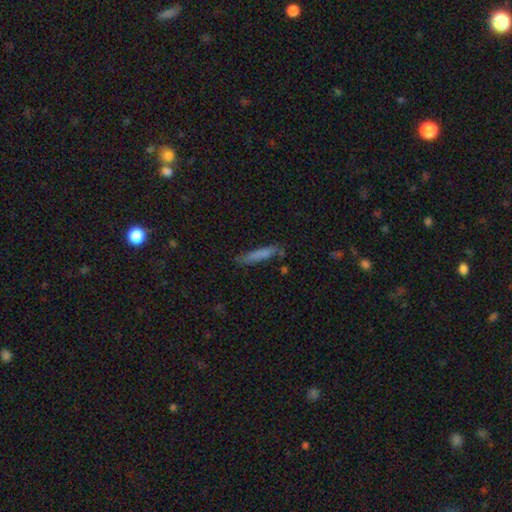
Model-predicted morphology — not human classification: type=smooth (69%); roundness=cigar-shaped (91%); merging=none (80%).